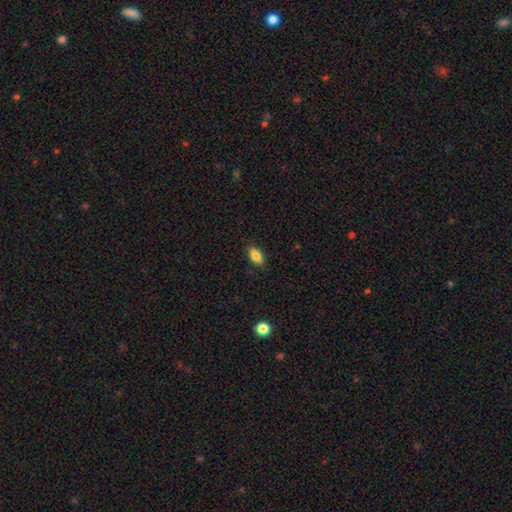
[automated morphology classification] The model was most divided on "merging": none: 87%, minor disturbance: 10%, major disturbance: 2%, merger: 1%. More confident: how rounded — in between (89%); smooth or featured — smooth (85%).